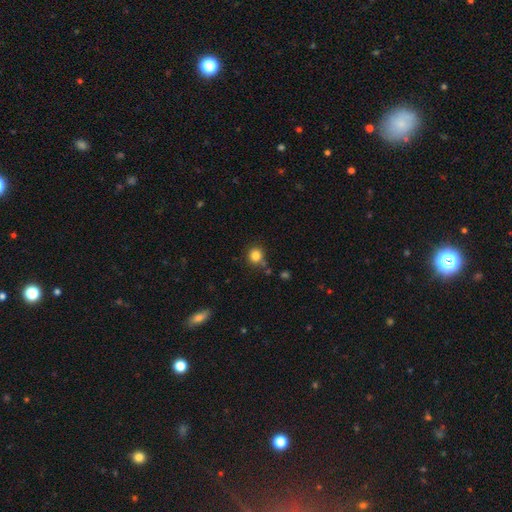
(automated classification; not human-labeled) smooth 84%, star or artifact 11%, featured or disk 5%. Down the decision tree: how rounded — round (90%); merging — none (77%).